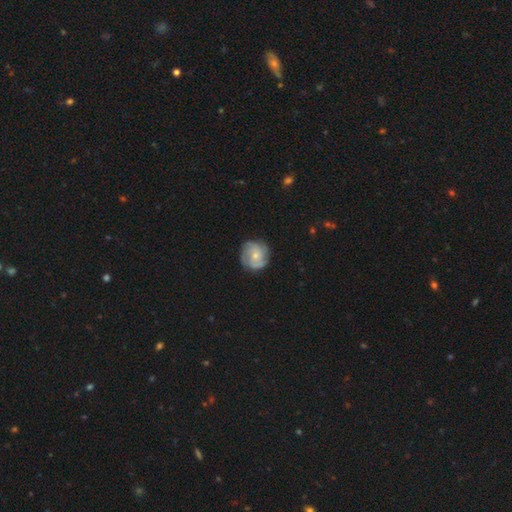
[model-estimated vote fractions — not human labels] Overall: featured or disk (63%; smooth 31%). Edge-on disk: no (98%). Bar: no (78%). Spiral arms: yes (88%). Spiral arm count: 3 (35%; can't tell 26%). Spiral winding: tight (53%; medium 36%). Bulge size: small (58%; moderate 38%). Merging: none (78%).